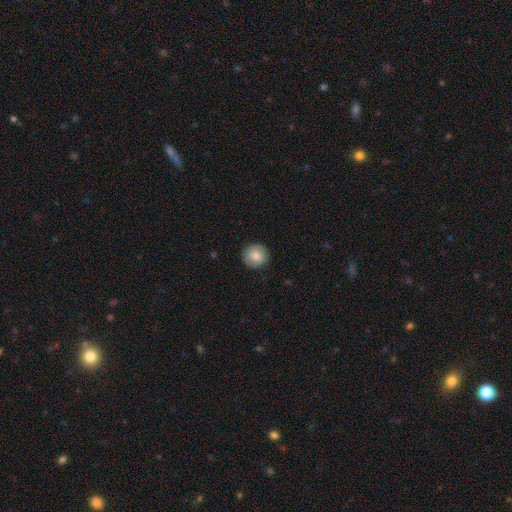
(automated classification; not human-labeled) This appears to be a smooth galaxy with no disk features (82%) that is round (93%). Merging: none (88%).